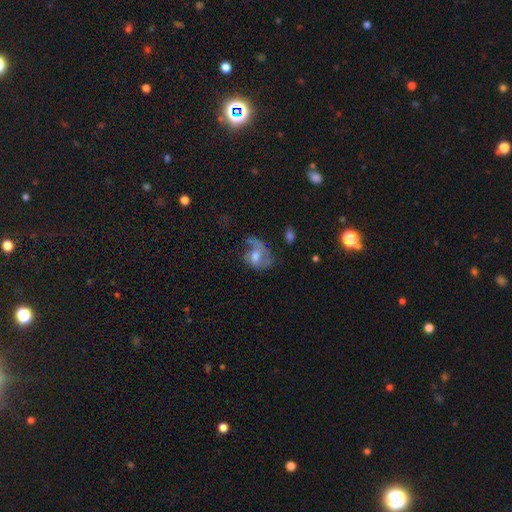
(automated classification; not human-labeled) featured or disk 63%, smooth 26%, star or artifact 11%. Down the decision tree: edge-on disk — no (97%); bar — no (59%); spiral arms — yes (78%); bulge size — moderate (52%); merging — major disturbance (40%).